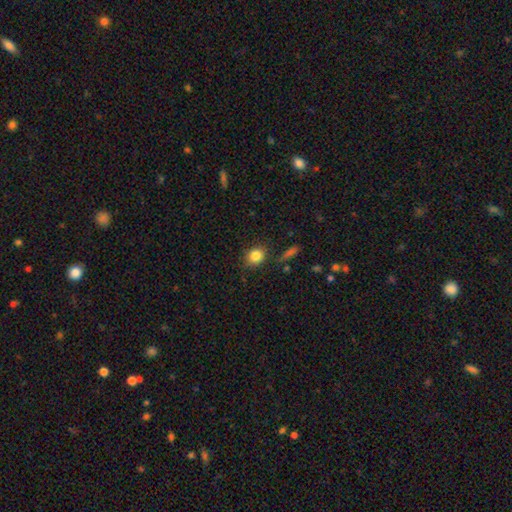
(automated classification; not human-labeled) This is clearly a smooth galaxy (83%). How rounded: likely round (64%). Merging: clearly none (81%).